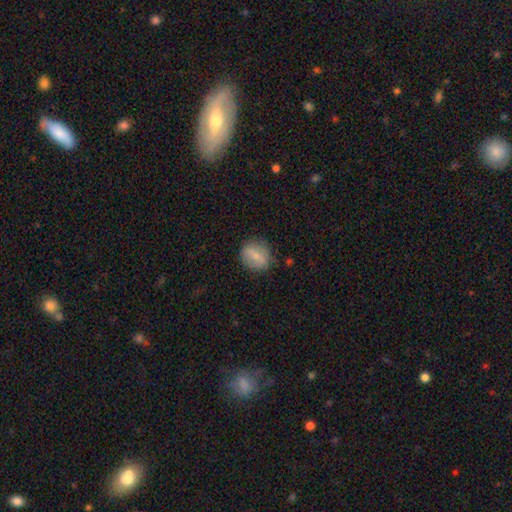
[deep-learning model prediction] This appears to be a smooth galaxy with no disk features (72%) that is round (67%). Merging: none (77%).